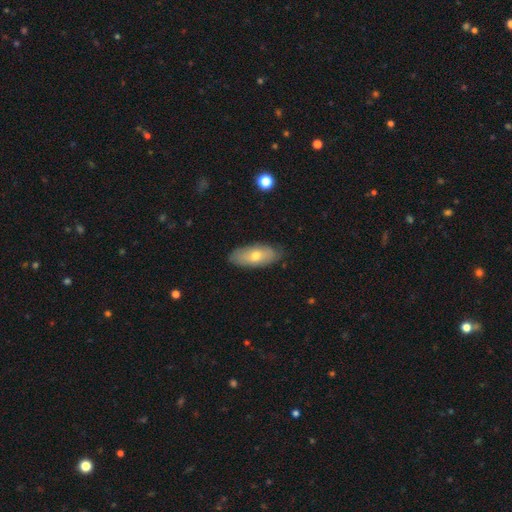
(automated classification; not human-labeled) smooth-or-featured: smooth: 64% | featured or disk: 30% | star or artifact: 7%
  how-rounded: in between: 84% | cigar-shaped: 13% | round: 3%
  merging: none: 85% | minor disturbance: 12% | major disturbance: 2% | merger: 1%